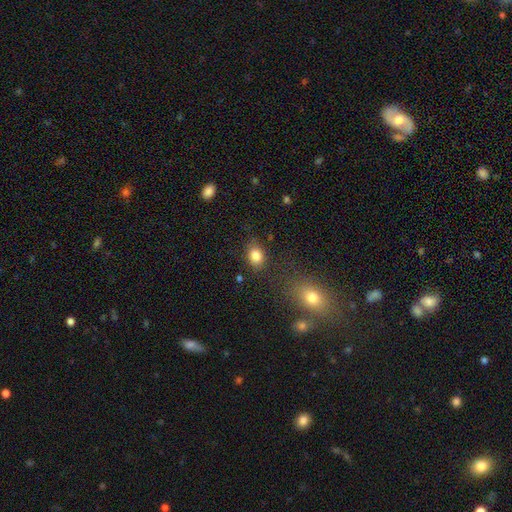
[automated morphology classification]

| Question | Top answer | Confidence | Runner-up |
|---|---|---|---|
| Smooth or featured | smooth | 84% | star or artifact (10%) |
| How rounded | in between | 55% | round (44%) |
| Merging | none | 78% | minor disturbance (14%) |